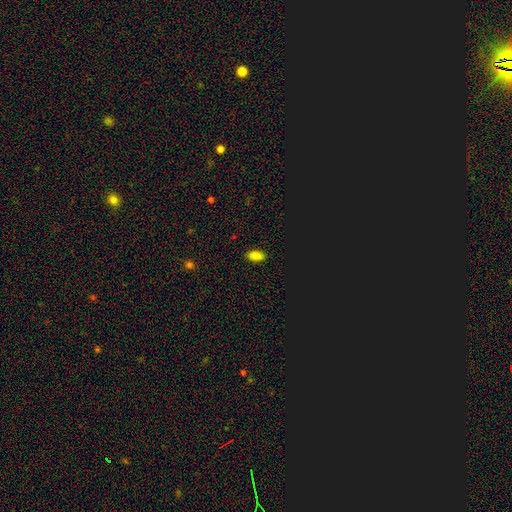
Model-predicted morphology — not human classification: Overall: smooth (80%). How rounded: in between (92%). Merging: none (88%).